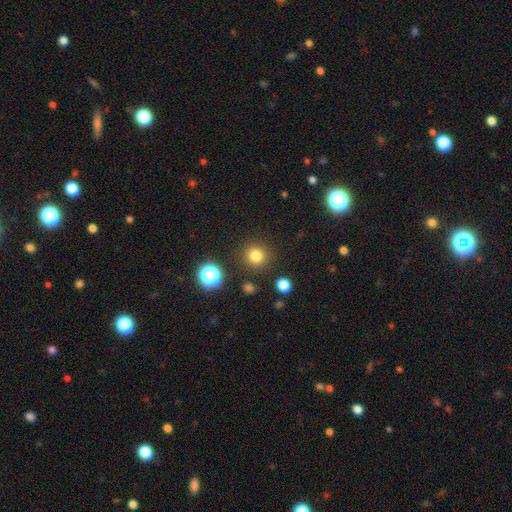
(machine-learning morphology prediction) This appears to be a smooth galaxy with no disk features (80%) that is round (93%). Merging: none (89%).